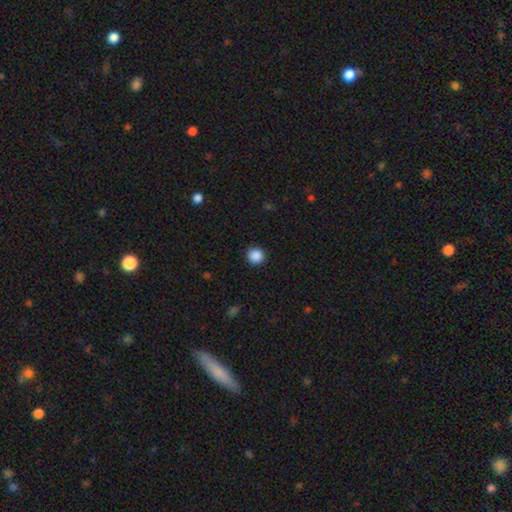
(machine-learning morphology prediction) A smooth galaxy with no disk features (88%) that is round (94%).

Vote fractions:
- Smooth or featured? smooth: 88% / star or artifact: 10% / featured or disk: 2%
- How rounded? round: 94% / in between: 5% / cigar-shaped: 1%
- Merging? none: 92% / minor disturbance: 5% / major disturbance: 2% / merger: 1%